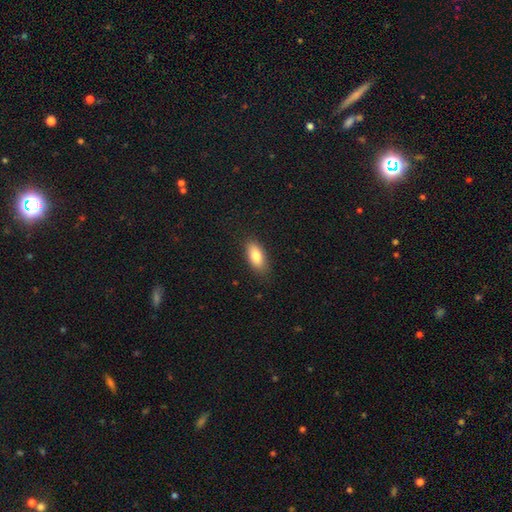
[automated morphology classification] Smooth or featured? Predicted: smooth (p=0.82). How rounded? Predicted: in between (p=0.86). Merging? Predicted: none (p=0.84).